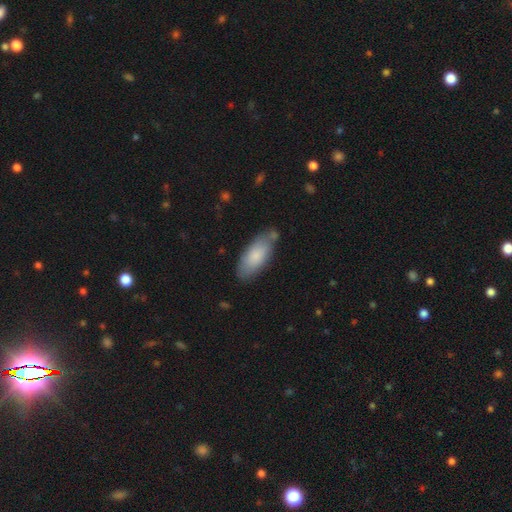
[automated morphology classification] smooth-or-featured: smooth: 81% | featured or disk: 14% | star or artifact: 6%
  how-rounded: in between: 85% | cigar-shaped: 14% | round: 2%
  merging: none: 69% | minor disturbance: 21% | merger: 6% | major disturbance: 4%